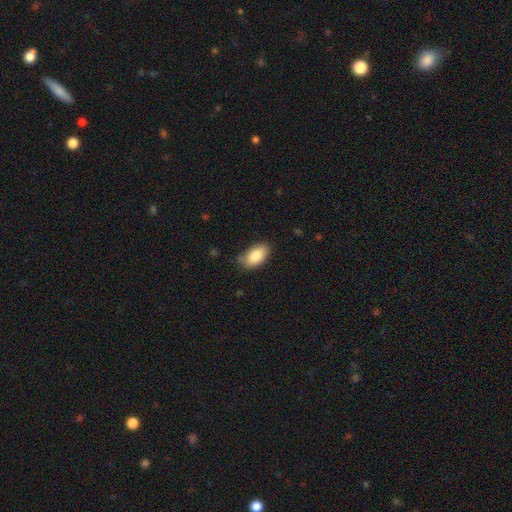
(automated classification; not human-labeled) The model was most divided on "merging": none: 78%, minor disturbance: 18%, major disturbance: 3%, merger: 1%. More confident: how rounded — in between (93%); smooth or featured — smooth (87%).